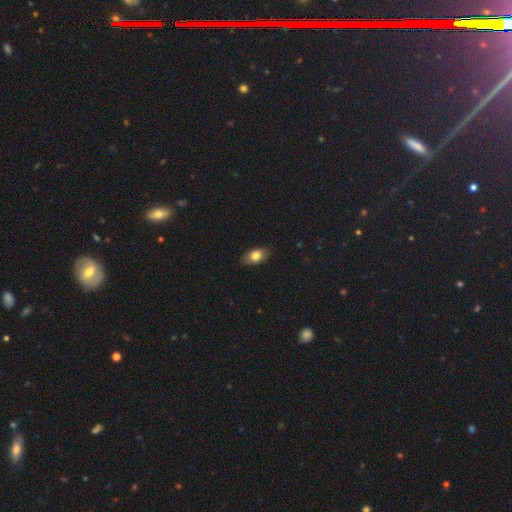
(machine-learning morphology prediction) smooth 78%, featured or disk 14%, star or artifact 8%. Down the decision tree: how rounded — in between (88%); merging — none (85%).